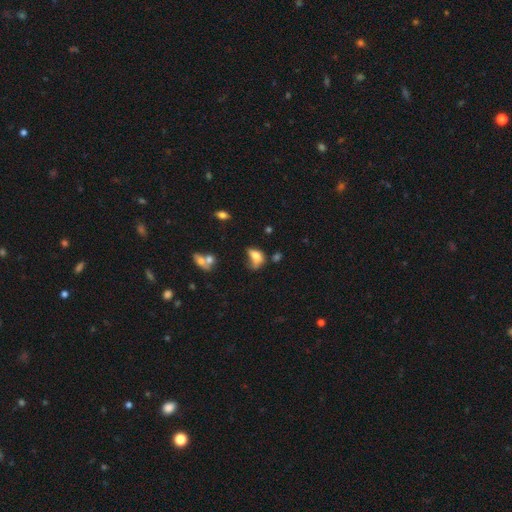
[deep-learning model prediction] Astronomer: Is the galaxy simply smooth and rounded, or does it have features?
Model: smooth — 66%.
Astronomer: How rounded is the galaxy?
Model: in between — 83%.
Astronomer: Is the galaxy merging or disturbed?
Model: major disturbance — 35% (runner-up: minor disturbance, 29%).